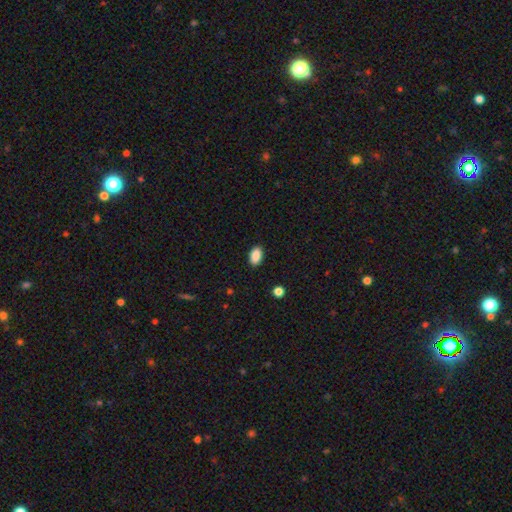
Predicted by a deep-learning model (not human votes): A smooth galaxy with no disk features (89%) that is in between round and cigar-shaped (92%).

Vote fractions:
- Smooth or featured? smooth: 89% / star or artifact: 8% / featured or disk: 3%
- How rounded? in between: 92% / round: 7% / cigar-shaped: 2%
- Merging? none: 89% / minor disturbance: 8% / major disturbance: 2% / merger: 1%